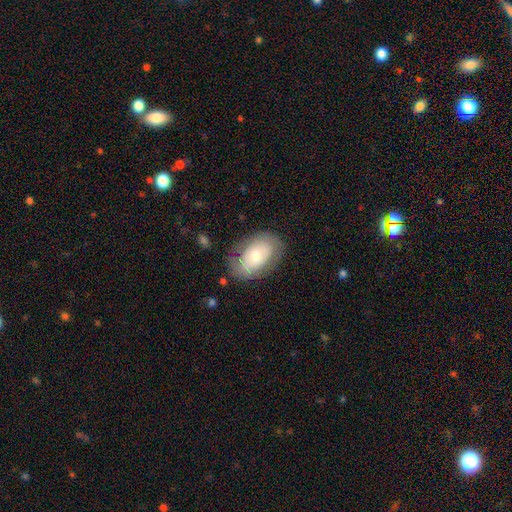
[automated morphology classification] Smooth or featured? Predicted: smooth (p=0.55). How rounded? Predicted: in between (p=0.88). Merging? Predicted: none (p=0.74).